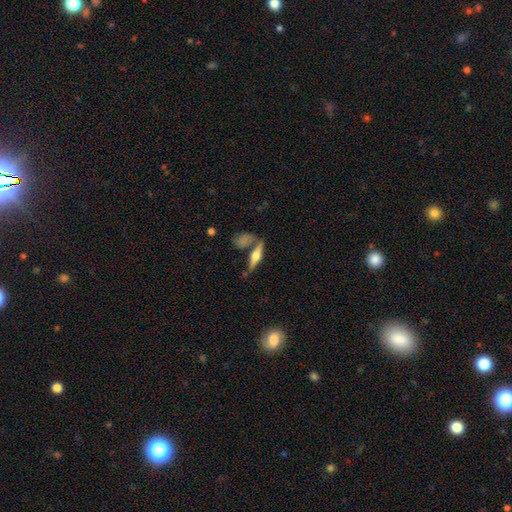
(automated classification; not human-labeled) Smooth or featured?
  - featured or disk: 60% *
  - smooth: 32%
  - star or artifact: 7%
Edge-on disk?
  - yes: 94% *
  - no: 6%
Edge-on bulge?
  - rounded: 91% *
  - boxy: 6%
  - none: 3%
Merging?
  - none: 64% *
  - merger: 17%
  - minor disturbance: 14%
  - major disturbance: 6%